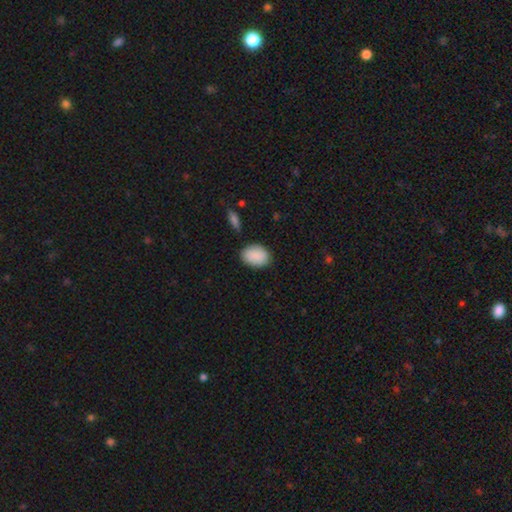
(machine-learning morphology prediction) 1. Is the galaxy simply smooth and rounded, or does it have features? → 90% smooth, 6% star or artifact, 4% featured or disk.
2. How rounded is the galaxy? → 79% in between, 20% round, 1% cigar-shaped.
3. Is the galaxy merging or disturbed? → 83% none, 12% minor disturbance, 3% major disturbance, 2% merger.